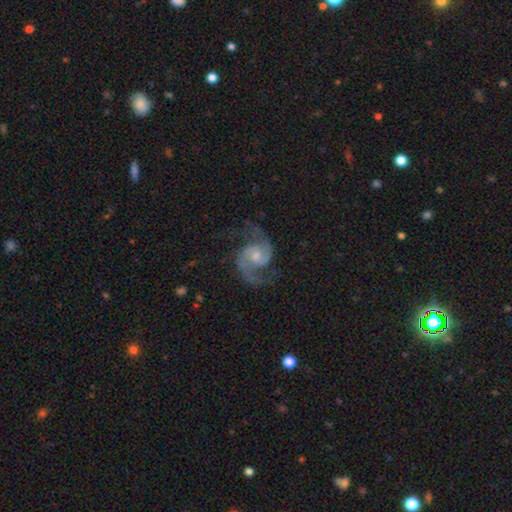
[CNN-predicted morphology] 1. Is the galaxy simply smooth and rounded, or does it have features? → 92% featured or disk, 5% star or artifact, 3% smooth.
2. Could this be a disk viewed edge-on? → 98% no, 2% yes.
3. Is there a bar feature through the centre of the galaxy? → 58% no, 35% weak, 7% strong.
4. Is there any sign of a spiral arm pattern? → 98% yes, 2% no.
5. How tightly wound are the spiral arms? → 62% medium, 20% loose, 18% tight.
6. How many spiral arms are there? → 94% 2, 2% 3, 2% can't tell, 1% 1, 1% 4, 1% more than 4.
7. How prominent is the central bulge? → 47% moderate, 43% small, 6% none, 4% large, 1% dominant.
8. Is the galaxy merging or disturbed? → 78% none, 14% minor disturbance, 7% major disturbance, 1% merger.